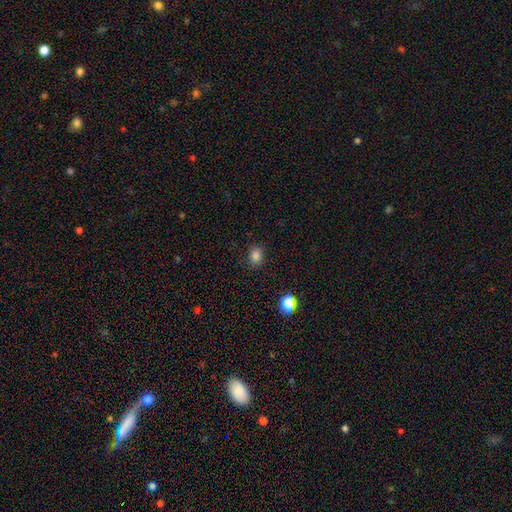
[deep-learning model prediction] A smooth galaxy with no disk features (81%) that is round (51%).

Vote fractions:
- Smooth or featured? smooth: 81% / star or artifact: 14% / featured or disk: 4%
- How rounded? round: 51% / in between: 48% / cigar-shaped: 1%
- Merging? none: 84% / minor disturbance: 11% / major disturbance: 3% / merger: 1%